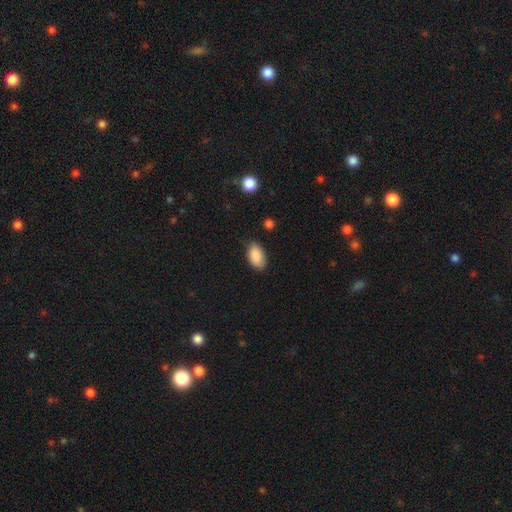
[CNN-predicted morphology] Smooth or featured? Predicted: smooth (p=0.89). How rounded? Predicted: in between (p=0.94). Merging? Predicted: none (p=0.79).